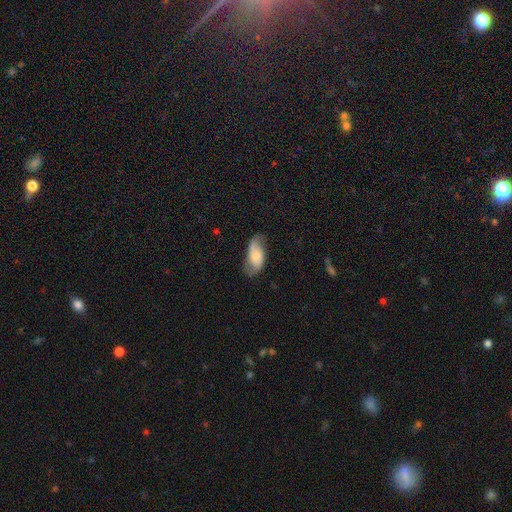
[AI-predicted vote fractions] Smooth or featured: smooth — 54% (featured or disk — 39%)
How rounded: in between — 92% (cigar-shaped — 5%)
Merging: none — 59% (minor disturbance — 28%)